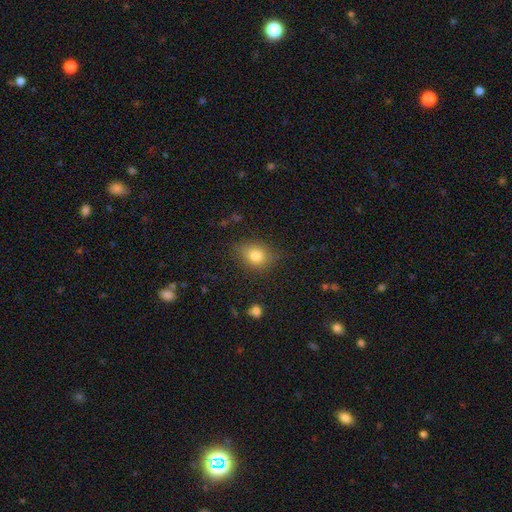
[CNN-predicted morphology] Q: Smooth or featured?
A: smooth (81%); runner-up: star or artifact (11%)
Q: How rounded?
A: in between (60%); runner-up: round (39%)
Q: Merging?
A: none (75%); runner-up: minor disturbance (18%)